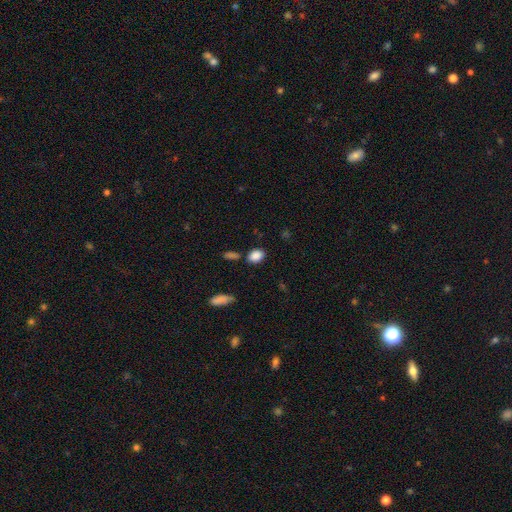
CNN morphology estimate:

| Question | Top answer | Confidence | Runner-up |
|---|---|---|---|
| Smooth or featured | smooth | 87% | star or artifact (9%) |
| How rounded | in between | 73% | round (25%) |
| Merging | none | 75% | minor disturbance (14%) |